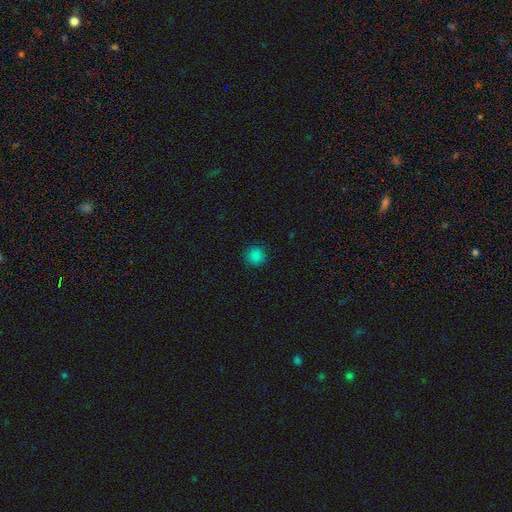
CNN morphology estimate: The model was most divided on "smooth or featured": smooth: 84%, star or artifact: 13%, featured or disk: 3%. More confident: how rounded — round (93%); merging — none (90%).